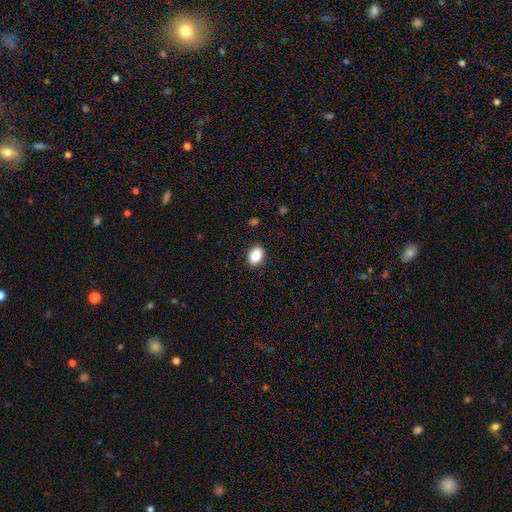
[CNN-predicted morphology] Smooth or featured? Predicted: smooth (p=0.87). How rounded? Predicted: in between (p=0.79). Merging? Predicted: none (p=0.89).